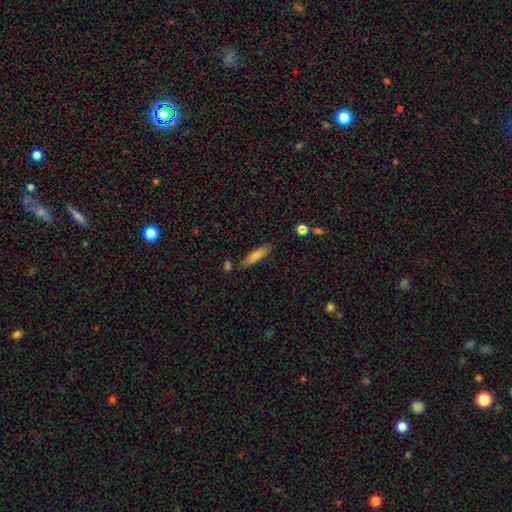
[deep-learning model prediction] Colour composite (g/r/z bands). It shows a smooth galaxy with no disk features (75%) that is cigar-shaped (81%). Merging: none (78%).